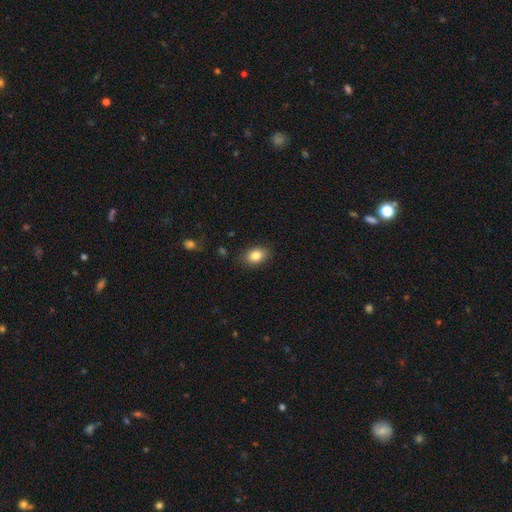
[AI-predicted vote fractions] Morphology: type=smooth (84%); roundness=in between (80%); merging=none (86%).